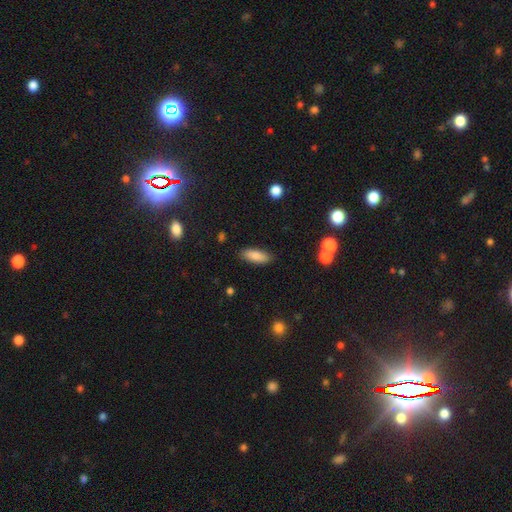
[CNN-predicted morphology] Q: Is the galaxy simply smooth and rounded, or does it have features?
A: smooth — 84%.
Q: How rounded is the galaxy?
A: in between — 67%.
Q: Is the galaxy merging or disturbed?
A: none — 87%.